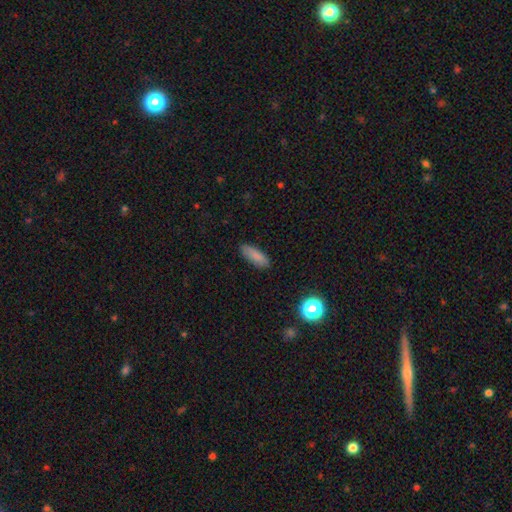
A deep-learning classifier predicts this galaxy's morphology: smooth-or-featured: smooth: 85% | star or artifact: 8% | featured or disk: 7%
  how-rounded: in between: 67% | cigar-shaped: 31% | round: 2%
  merging: none: 85% | minor disturbance: 11% | major disturbance: 2% | merger: 1%